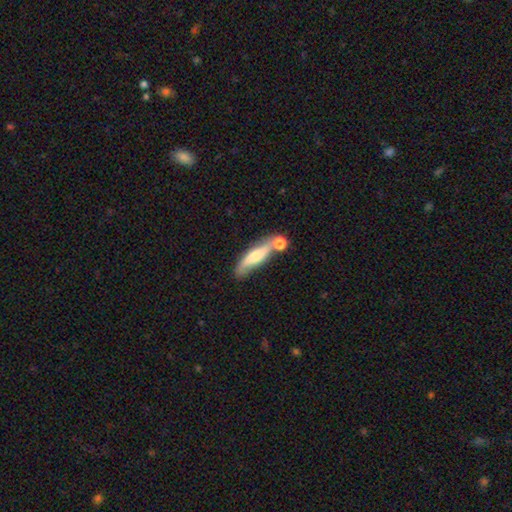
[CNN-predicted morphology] This is possibly a smooth galaxy (57%). How rounded: likely cigar-shaped (68%). Merging: possibly none (53%).